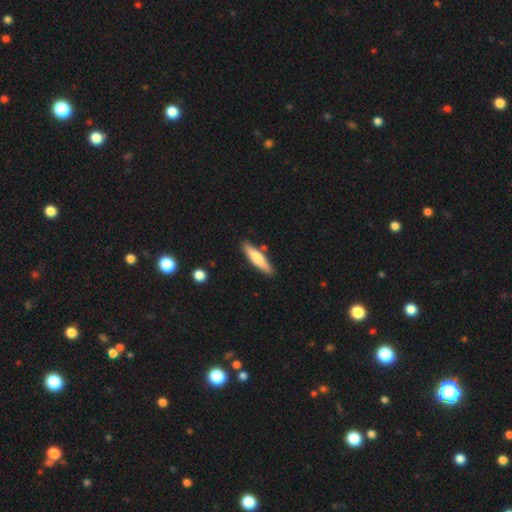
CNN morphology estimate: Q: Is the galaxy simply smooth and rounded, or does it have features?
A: smooth — 65%.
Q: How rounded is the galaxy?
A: cigar-shaped — 80%.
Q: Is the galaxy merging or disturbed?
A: none — 83%.